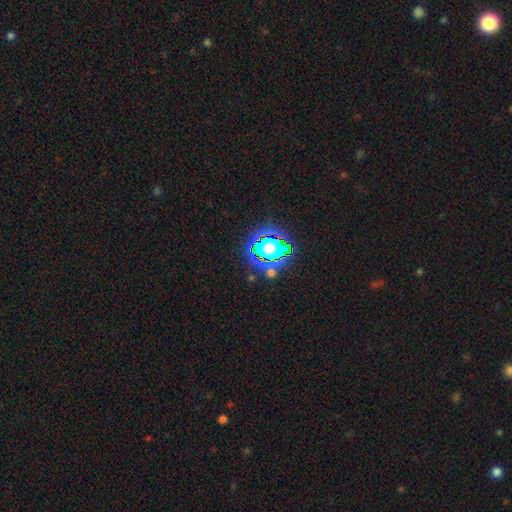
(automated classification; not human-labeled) Smooth or featured?
  - star or artifact: 81% *
  - smooth: 12%
  - featured or disk: 7%